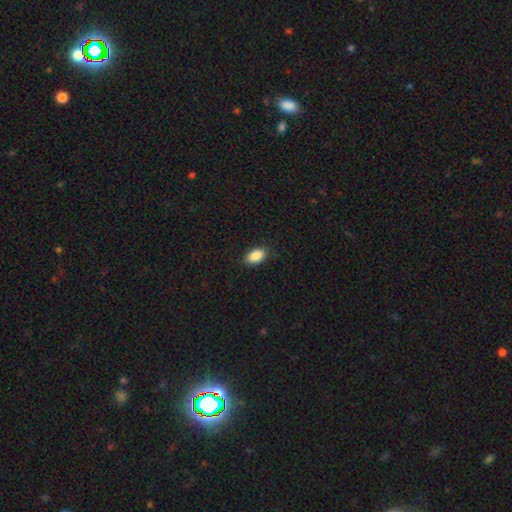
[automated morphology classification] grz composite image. It shows a smooth galaxy with no disk features (89%) that is in between round and cigar-shaped (91%). Merging: none (87%).